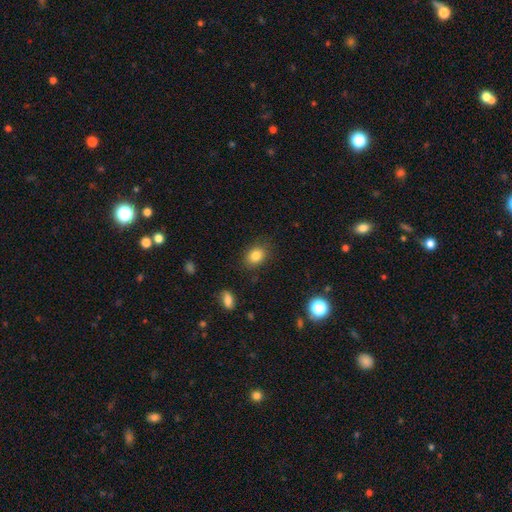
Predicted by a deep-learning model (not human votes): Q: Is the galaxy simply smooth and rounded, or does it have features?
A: smooth — 84%.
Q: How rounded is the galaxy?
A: in between — 65%.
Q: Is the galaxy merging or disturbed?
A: none — 84%.